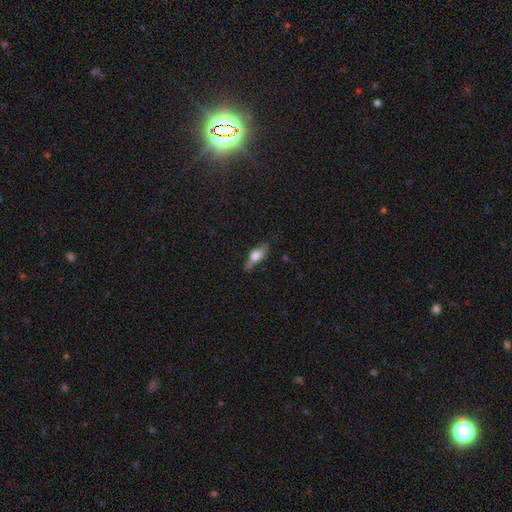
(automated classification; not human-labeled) Overall: smooth (51%; featured or disk 41%). How rounded: in between (55%; cigar-shaped 40%). Merging: none (69%).